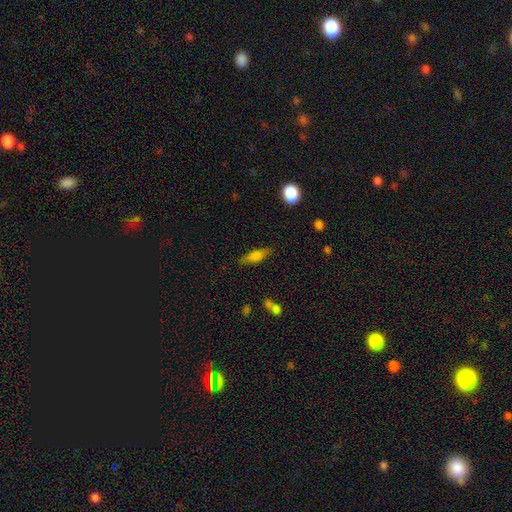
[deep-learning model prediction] smooth-or-featured: smooth: 70% | featured or disk: 21% | star or artifact: 8%
  how-rounded: in between: 52% | cigar-shaped: 45% | round: 3%
  merging: none: 81% | minor disturbance: 13% | major disturbance: 3% | merger: 2%